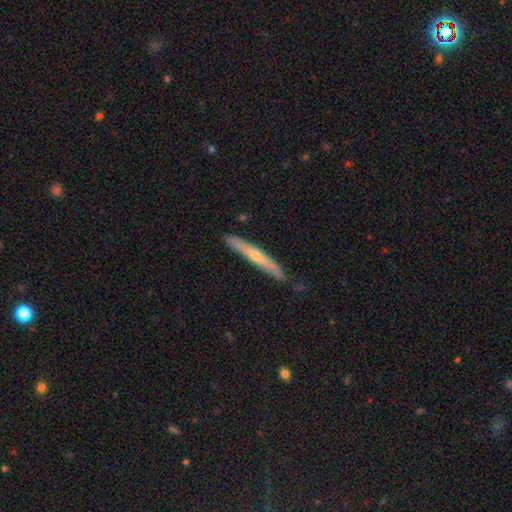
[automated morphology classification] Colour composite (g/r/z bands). It shows a featured or disk galaxy (50%). Merging: none (83%).